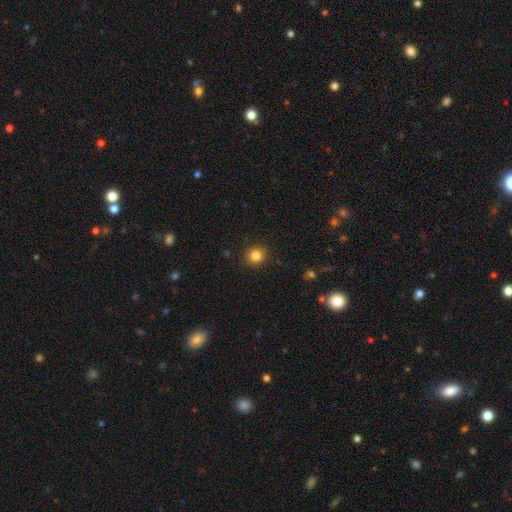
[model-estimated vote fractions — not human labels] Overall: smooth (83%). How rounded: round (89%). Merging: none (91%).